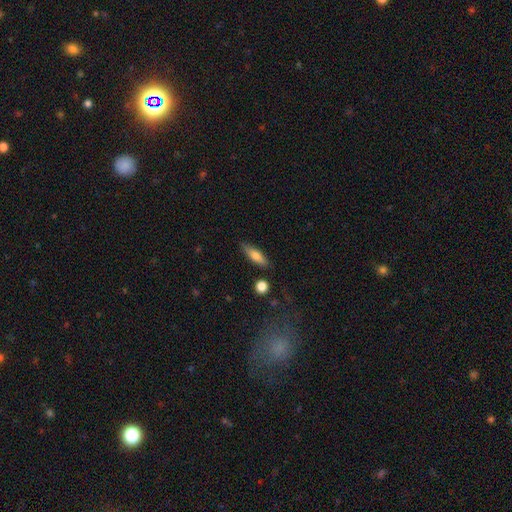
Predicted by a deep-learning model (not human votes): The model was most divided on "how rounded": cigar-shaped: 50%, in between: 47%, round: 3%. More confident: merging — none (82%); smooth or featured — smooth (71%).